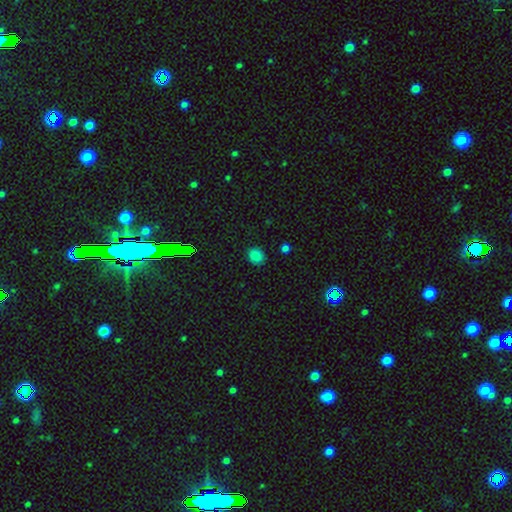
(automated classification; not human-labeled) smooth_or_featured: smooth (p=0.82) [alt: star or artifact p=0.14]
how_rounded: round (p=0.71) [alt: in between p=0.29]
merging: none (p=0.88) [alt: minor disturbance p=0.09]